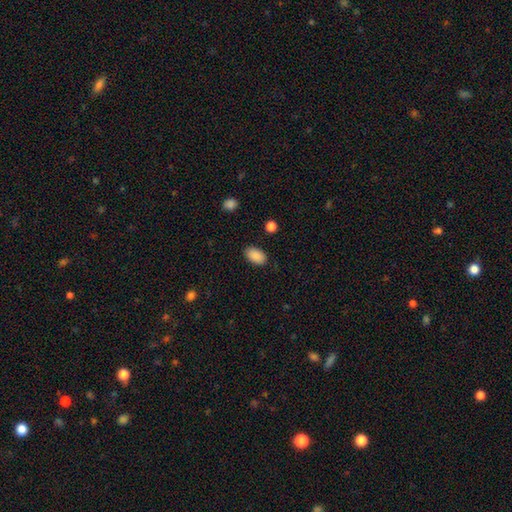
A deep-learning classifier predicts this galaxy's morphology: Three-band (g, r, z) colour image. It shows a smooth galaxy with no disk features (89%) that is in between round and cigar-shaped (92%). Merging: none (87%).